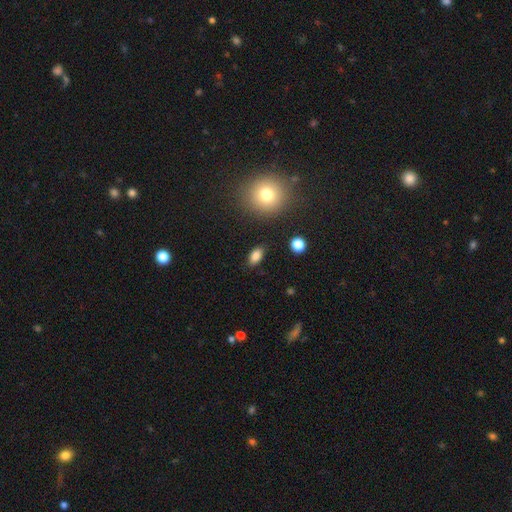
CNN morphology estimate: This appears to be a smooth galaxy with no disk features (84%) that is in between round and cigar-shaped (88%). Merging: none (86%).